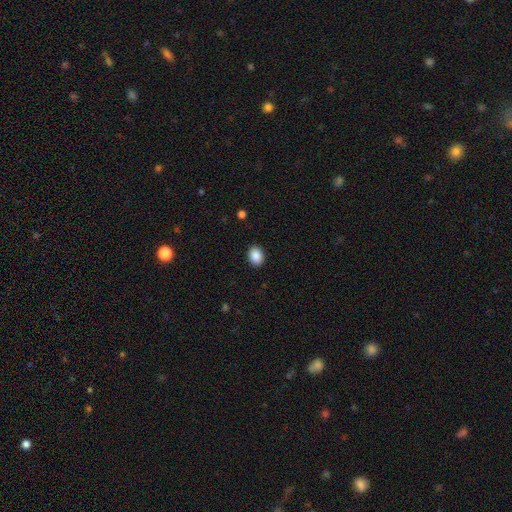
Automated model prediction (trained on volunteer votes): Morphology: type=smooth (89%); roundness=in between (67%); merging=none (90%).